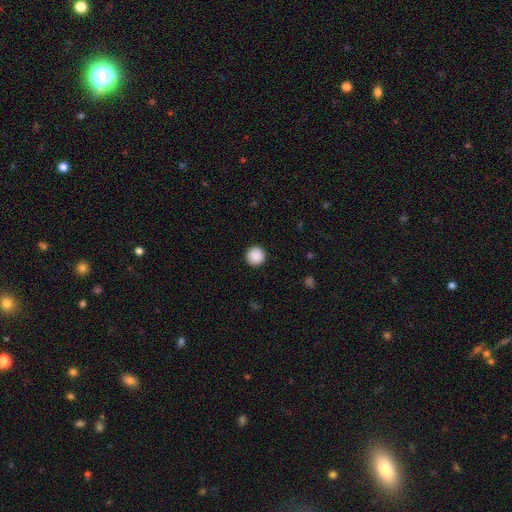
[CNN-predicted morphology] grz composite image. It shows a smooth galaxy with no disk features (89%) that is round (96%). Merging: none (93%).